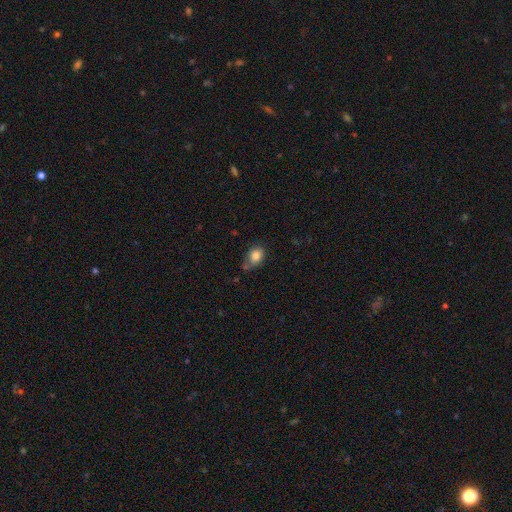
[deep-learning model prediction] The model was most divided on "merging": none: 55%, minor disturbance: 27%, merger: 10%, major disturbance: 7%. More confident: smooth or featured — smooth (84%); how rounded — in between (68%).